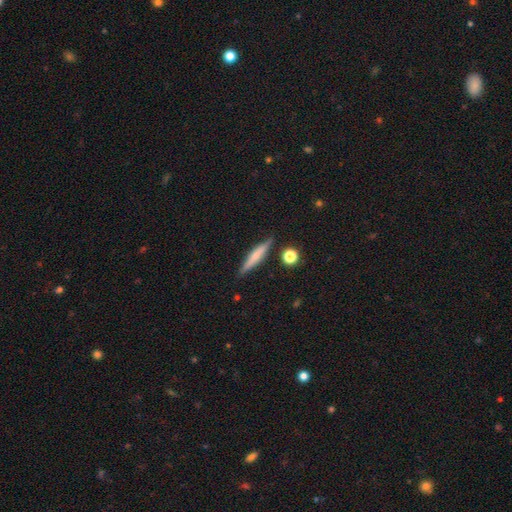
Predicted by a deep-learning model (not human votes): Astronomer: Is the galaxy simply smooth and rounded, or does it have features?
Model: smooth — 50% (runner-up: featured or disk, 42%).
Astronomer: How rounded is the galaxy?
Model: cigar-shaped — 88%.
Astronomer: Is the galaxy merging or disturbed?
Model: none — 86%.